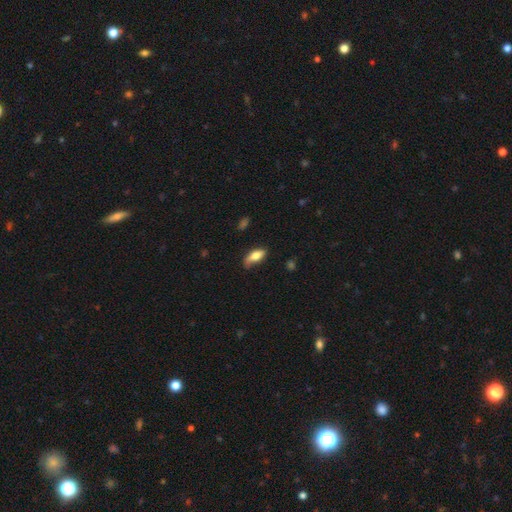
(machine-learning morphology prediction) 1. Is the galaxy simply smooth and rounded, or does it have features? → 72% smooth, 21% featured or disk, 7% star or artifact.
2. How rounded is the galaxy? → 81% in between, 16% cigar-shaped, 3% round.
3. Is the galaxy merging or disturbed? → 56% none, 33% minor disturbance, 9% major disturbance, 2% merger.